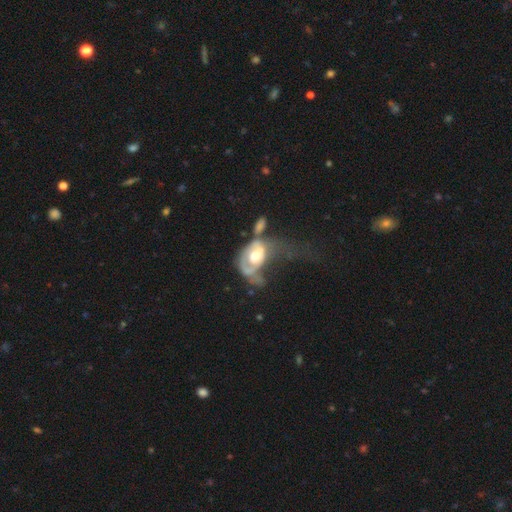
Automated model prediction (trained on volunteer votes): A featured or disk galaxy (61%) with no bar (76%), no spiral arms (51%) and a moderate central bulge (55%). Merging: major disturbance (50%).